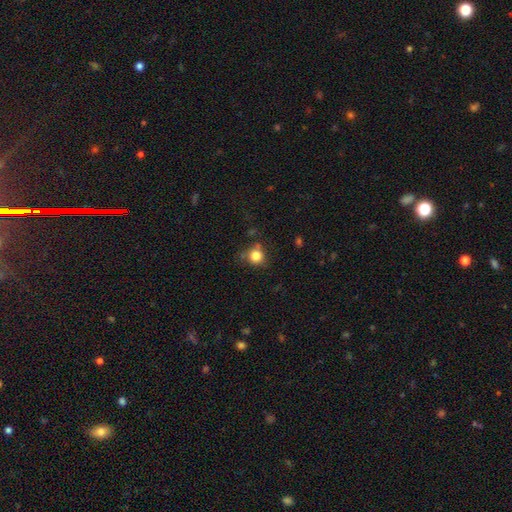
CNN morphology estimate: smooth 82%, star or artifact 12%, featured or disk 7%. Down the decision tree: how rounded — round (86%); merging — none (72%).